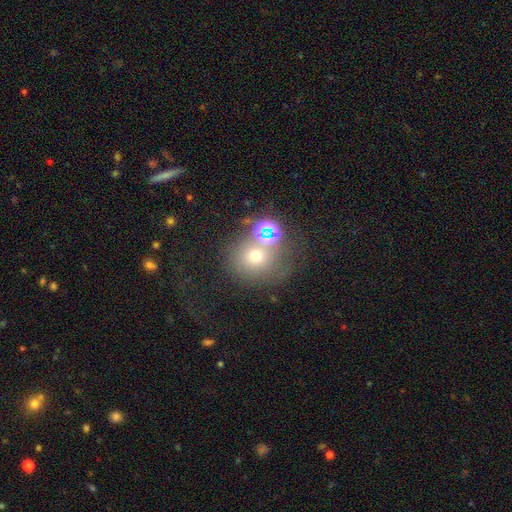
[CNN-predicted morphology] smooth 60%, star or artifact 26%, featured or disk 14%. Down the decision tree: how rounded — round (79%); merging — none (54%).